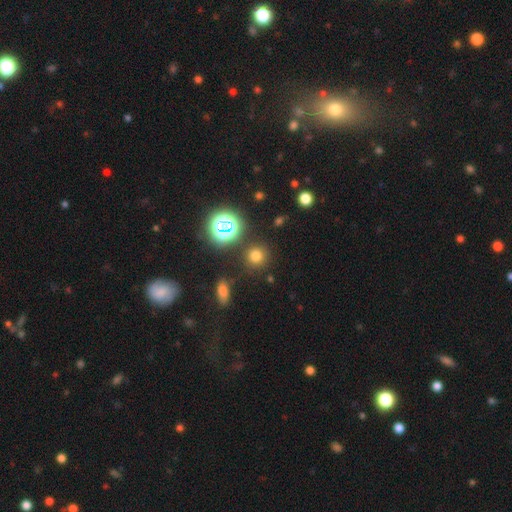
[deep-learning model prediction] This is likely a smooth galaxy (69%). How rounded: clearly round (91%). Merging: clearly none (86%).